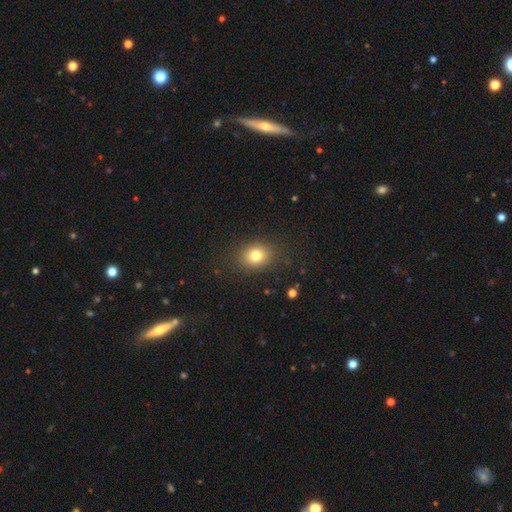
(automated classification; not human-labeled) Q: Smooth or featured?
A: smooth (78%); runner-up: star or artifact (12%)
Q: How rounded?
A: round (51%); runner-up: in between (48%)
Q: Merging?
A: none (86%); runner-up: minor disturbance (9%)